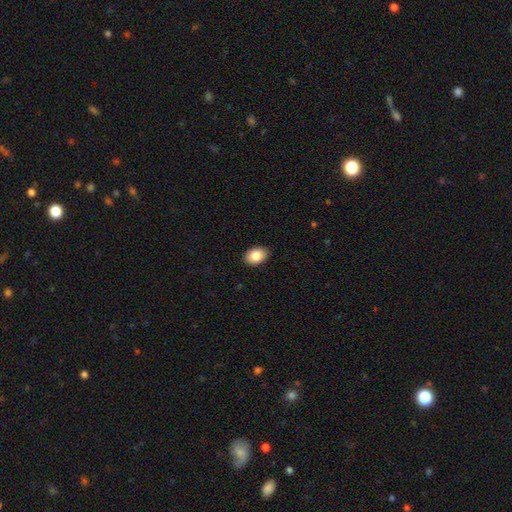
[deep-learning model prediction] smooth-or-featured: smooth: 85% | featured or disk: 8% | star or artifact: 7%
  how-rounded: in between: 84% | round: 15% | cigar-shaped: 1%
  merging: none: 89% | minor disturbance: 9% | major disturbance: 2% | merger: 1%